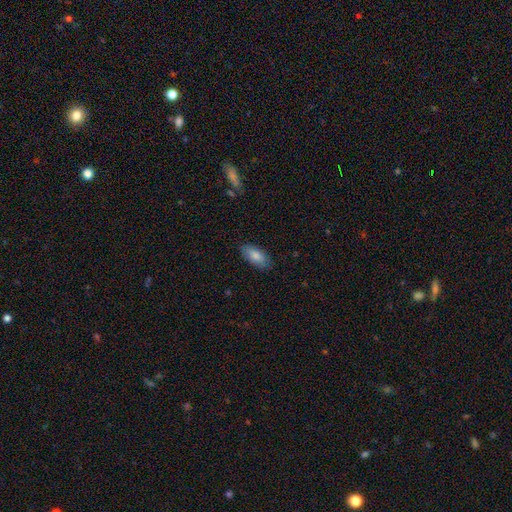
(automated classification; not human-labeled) This appears to be a smooth galaxy with no disk features (84%) that is in between round and cigar-shaped (89%). Merging: none (84%).